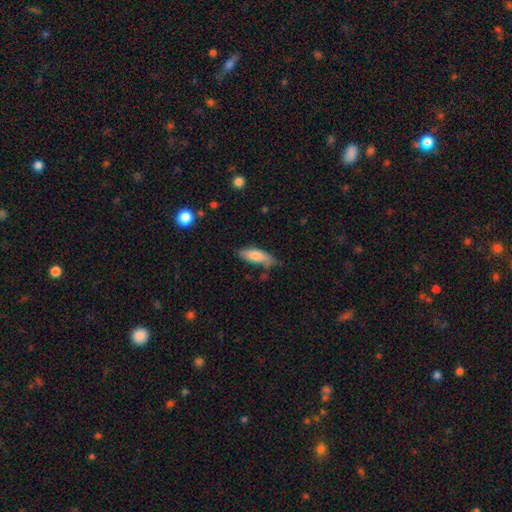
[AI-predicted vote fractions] Smooth or featured?
  - smooth: 78% *
  - featured or disk: 16%
  - star or artifact: 6%
How rounded?
  - in between: 64% *
  - cigar-shaped: 34%
  - round: 2%
Merging?
  - none: 64% *
  - minor disturbance: 27%
  - major disturbance: 6%
  - merger: 3%